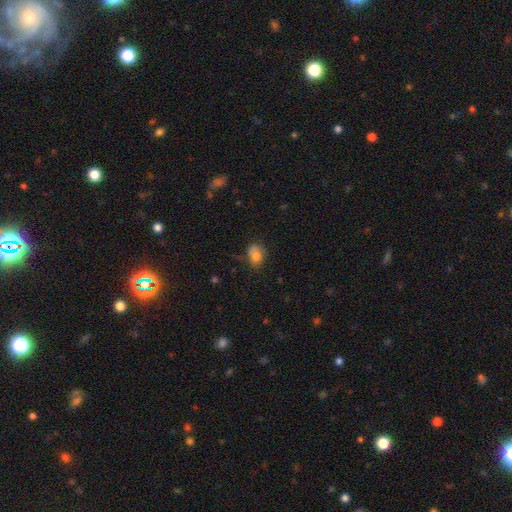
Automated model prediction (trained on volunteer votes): This is likely a smooth galaxy (79%). How rounded: likely in between (73%). Merging: possibly none (60%).